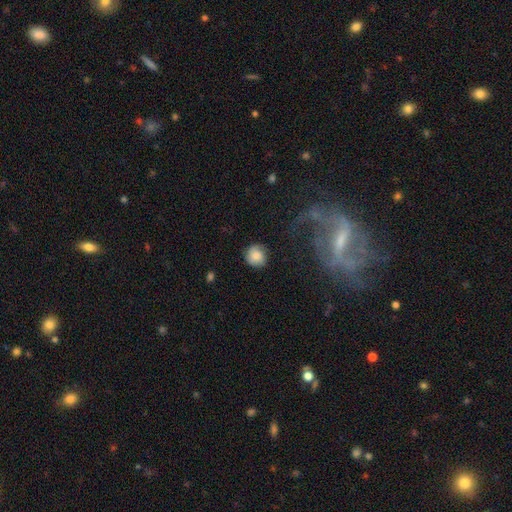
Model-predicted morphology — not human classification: Q: Smooth or featured?
A: smooth (76%); runner-up: featured or disk (16%)
Q: How rounded?
A: round (85%); runner-up: in between (14%)
Q: Merging?
A: none (75%); runner-up: minor disturbance (17%)